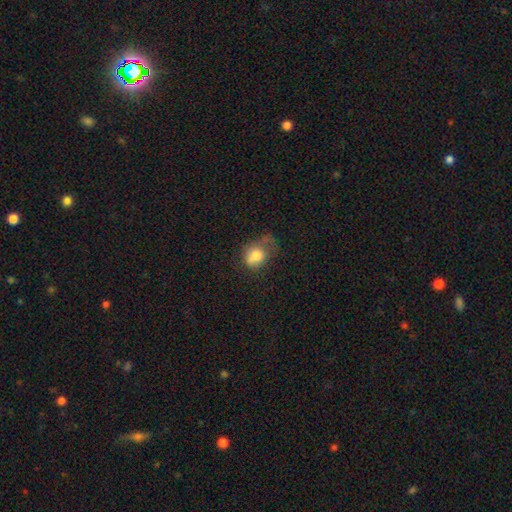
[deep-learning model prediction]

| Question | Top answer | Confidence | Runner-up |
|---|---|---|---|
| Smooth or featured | smooth | 74% | featured or disk (16%) |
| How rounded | in between | 50% | round (49%) |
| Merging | major disturbance | 33% | minor disturbance (31%) |